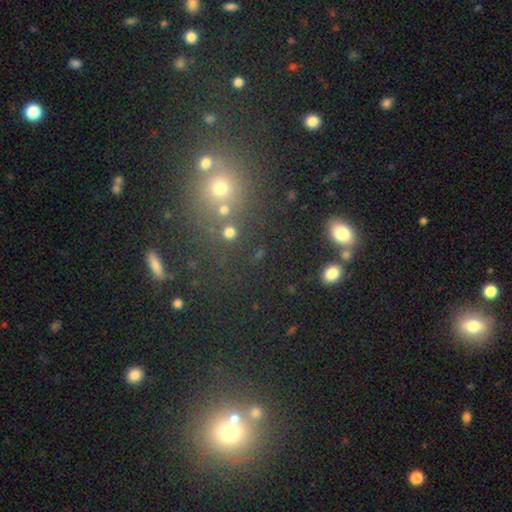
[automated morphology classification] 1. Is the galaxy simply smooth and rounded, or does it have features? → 46% smooth, 43% star or artifact, 11% featured or disk.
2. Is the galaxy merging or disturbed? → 70% none, 15% merger, 10% minor disturbance, 5% major disturbance.